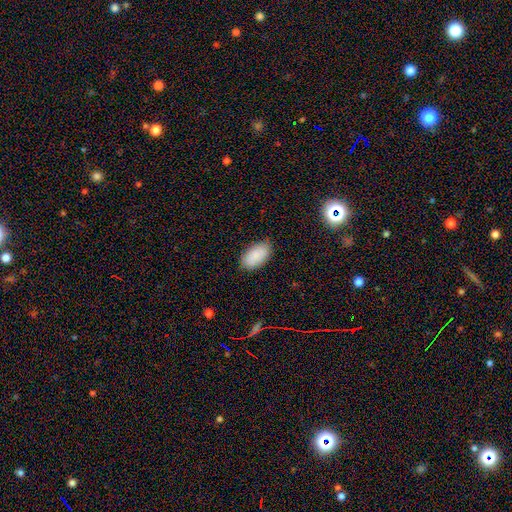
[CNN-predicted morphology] Smooth or featured?
  - smooth: 89% *
  - star or artifact: 6%
  - featured or disk: 5%
How rounded?
  - in between: 95% *
  - round: 3%
  - cigar-shaped: 2%
Merging?
  - none: 84% *
  - minor disturbance: 13%
  - major disturbance: 2%
  - merger: 1%